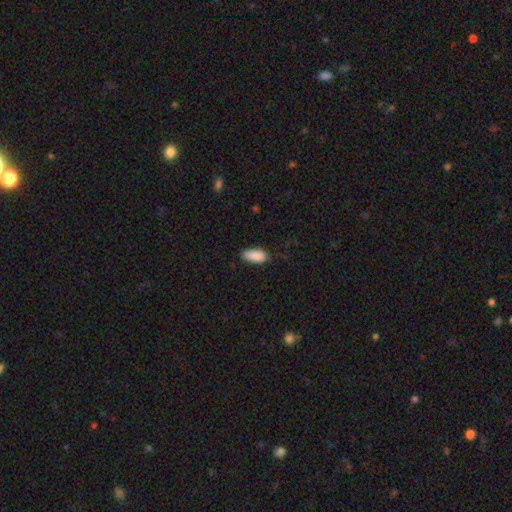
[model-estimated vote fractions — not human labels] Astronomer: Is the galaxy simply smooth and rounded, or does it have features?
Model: smooth — 89%.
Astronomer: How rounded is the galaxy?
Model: in between — 89%.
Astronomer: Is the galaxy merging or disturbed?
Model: none — 75%.